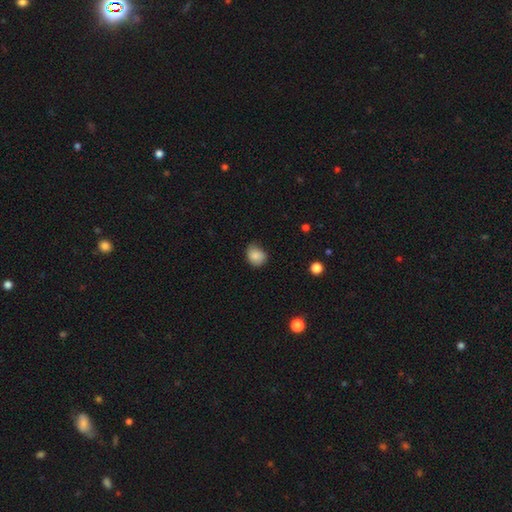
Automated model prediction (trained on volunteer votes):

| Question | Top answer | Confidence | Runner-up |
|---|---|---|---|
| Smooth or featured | smooth | 83% | star or artifact (9%) |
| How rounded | round | 56% | in between (43%) |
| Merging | none | 61% | minor disturbance (32%) |